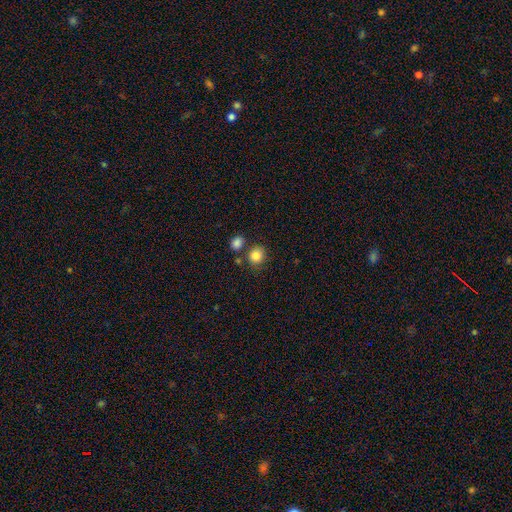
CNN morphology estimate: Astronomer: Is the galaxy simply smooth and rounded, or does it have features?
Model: smooth — 85%.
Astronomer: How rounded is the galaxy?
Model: round — 74%.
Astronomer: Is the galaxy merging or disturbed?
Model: none — 70%.